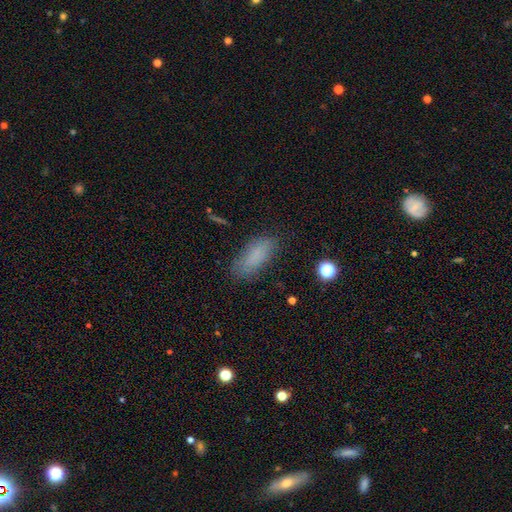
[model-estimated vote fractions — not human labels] Morphology: type=smooth (79%); roundness=in between (83%); merging=none (75%).